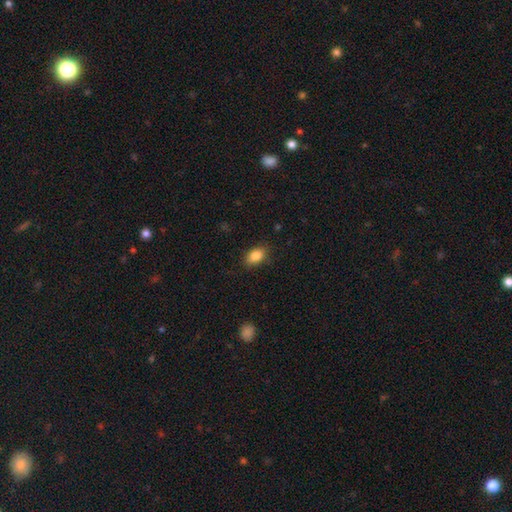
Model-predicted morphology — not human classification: A smooth galaxy with no disk features (85%) that is in between round and cigar-shaped (83%). Merging: none (84%).